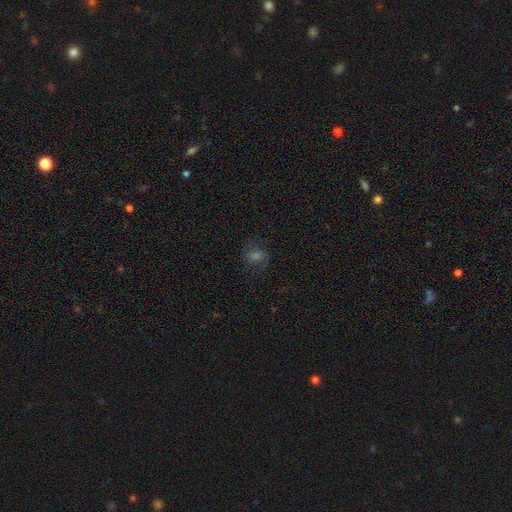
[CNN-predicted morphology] The model was most divided on "how rounded": round: 49%, in between: 48%, cigar-shaped: 2%. More confident: merging — none (76%); smooth or featured — smooth (53%).